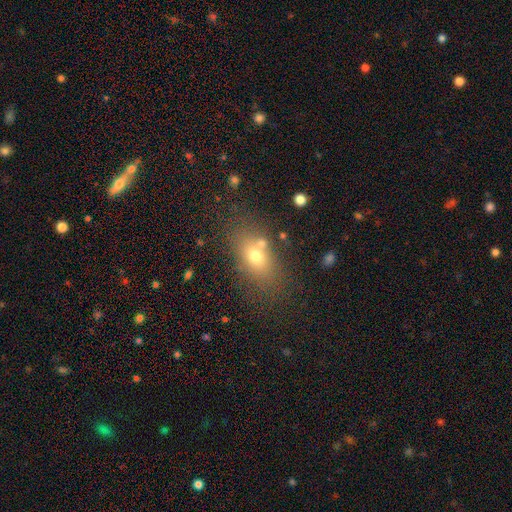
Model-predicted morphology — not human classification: This appears to be a smooth galaxy with no disk features (67%) that is in between round and cigar-shaped (76%). Merging: none (66%).